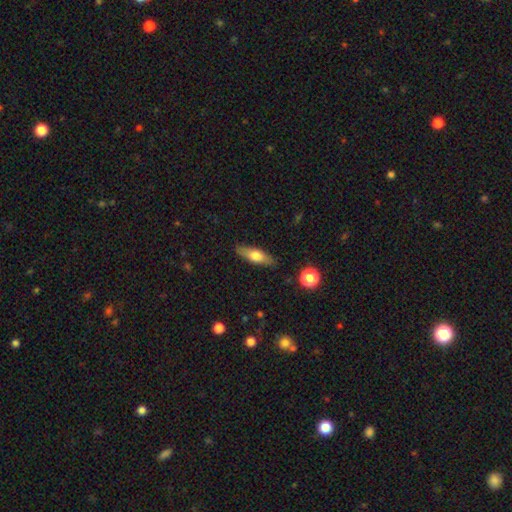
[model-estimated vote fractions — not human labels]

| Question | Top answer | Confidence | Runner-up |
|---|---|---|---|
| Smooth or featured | smooth | 60% | featured or disk (33%) |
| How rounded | in between | 50% | cigar-shaped (47%) |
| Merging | none | 85% | minor disturbance (11%) |